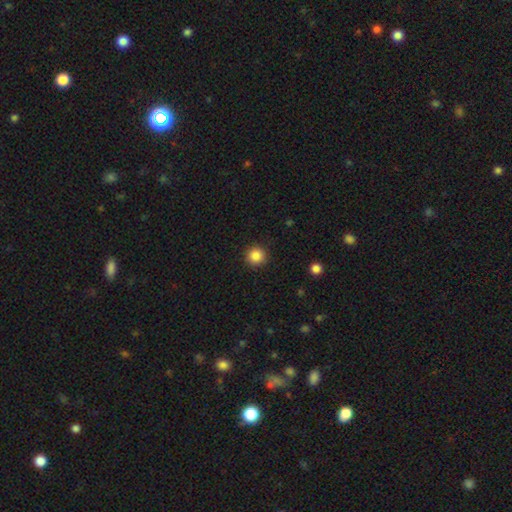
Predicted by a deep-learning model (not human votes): Smooth or featured?
  - smooth: 86% *
  - star or artifact: 10%
  - featured or disk: 3%
How rounded?
  - round: 95% *
  - in between: 4%
  - cigar-shaped: 1%
Merging?
  - none: 92% *
  - minor disturbance: 6%
  - major disturbance: 2%
  - merger: 1%